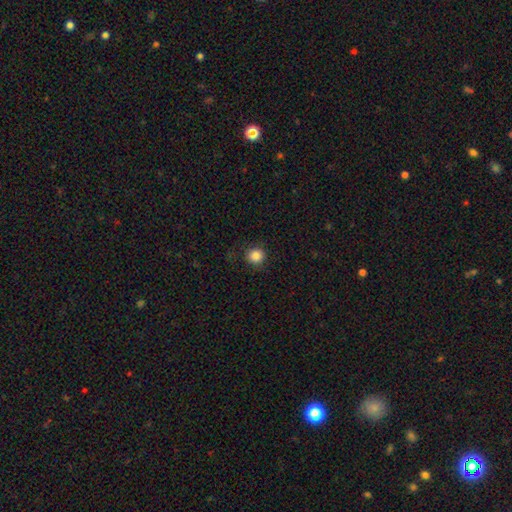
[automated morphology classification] Smooth or featured?
  - smooth: 85% *
  - star or artifact: 11%
  - featured or disk: 4%
How rounded?
  - round: 92% *
  - in between: 7%
  - cigar-shaped: 1%
Merging?
  - none: 88% *
  - minor disturbance: 8%
  - major disturbance: 3%
  - merger: 1%